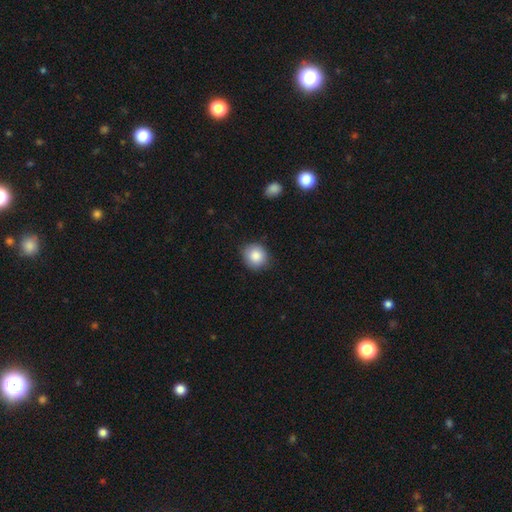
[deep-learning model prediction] The model was most divided on "how rounded": round: 83%, in between: 16%, cigar-shaped: 1%. More confident: smooth or featured — smooth (86%); merging — none (86%).